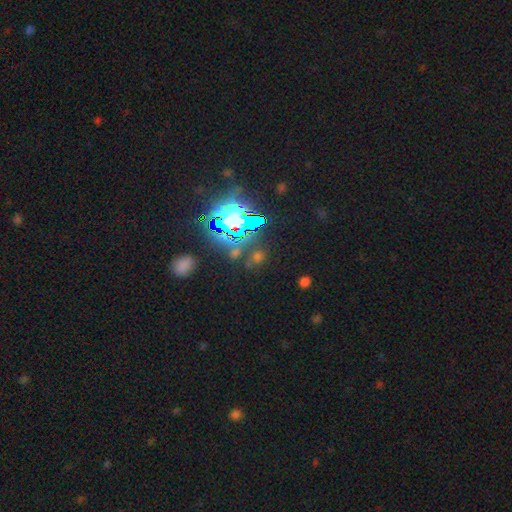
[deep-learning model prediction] Smooth or featured?
  - star or artifact: 73% *
  - smooth: 19%
  - featured or disk: 9%